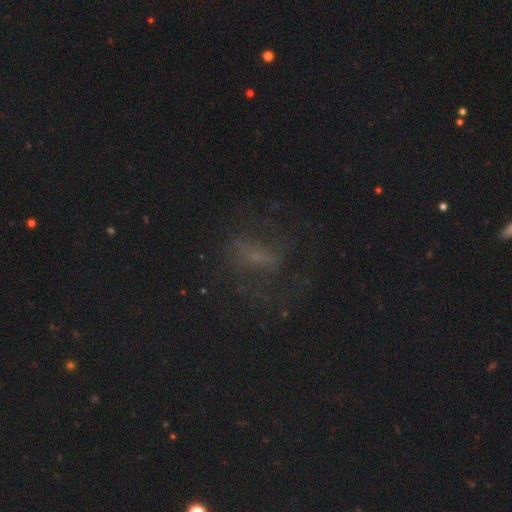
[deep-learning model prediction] Overall: featured or disk (34%; smooth 33%). Merging: none (57%; major disturbance 22%).